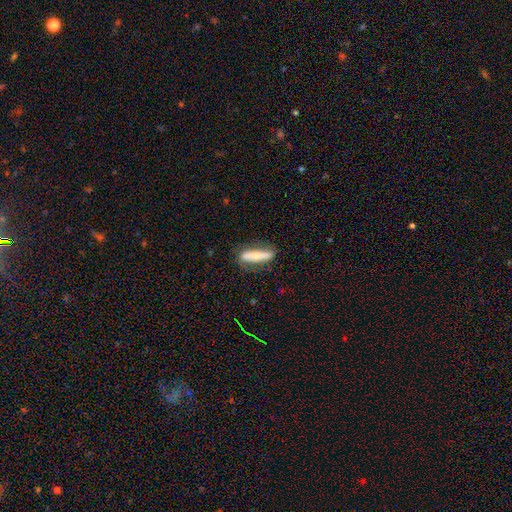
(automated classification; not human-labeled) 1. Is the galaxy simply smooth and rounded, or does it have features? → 53% smooth, 41% featured or disk, 6% star or artifact.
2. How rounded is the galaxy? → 78% cigar-shaped, 20% in between, 2% round.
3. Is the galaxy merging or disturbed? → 75% none, 17% minor disturbance, 6% major disturbance, 2% merger.